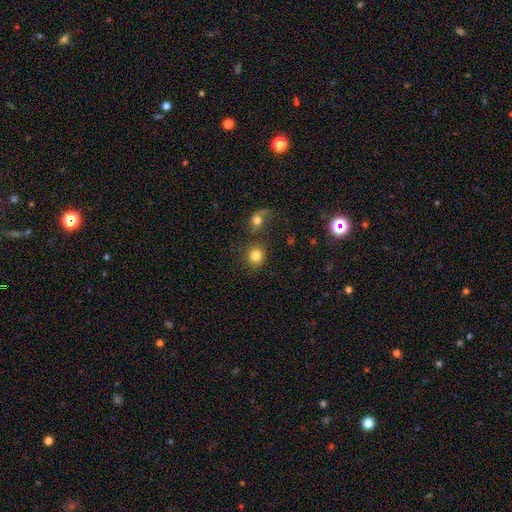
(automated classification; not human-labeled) smooth 83%, star or artifact 10%, featured or disk 8%. Down the decision tree: how rounded — round (86%); merging — none (70%).